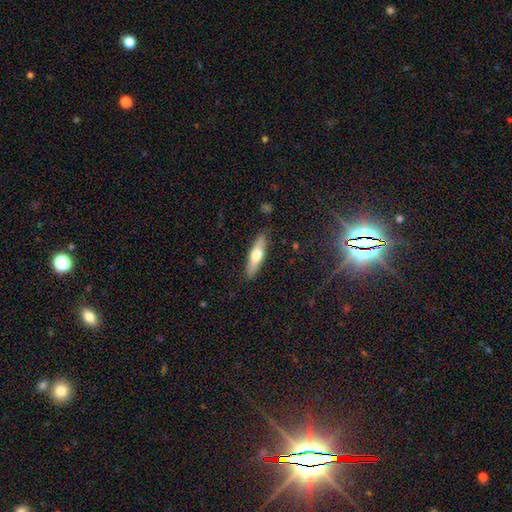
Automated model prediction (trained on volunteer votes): This is possibly a smooth galaxy (56%). How rounded: likely cigar-shaped (71%). Merging: clearly none (86%).